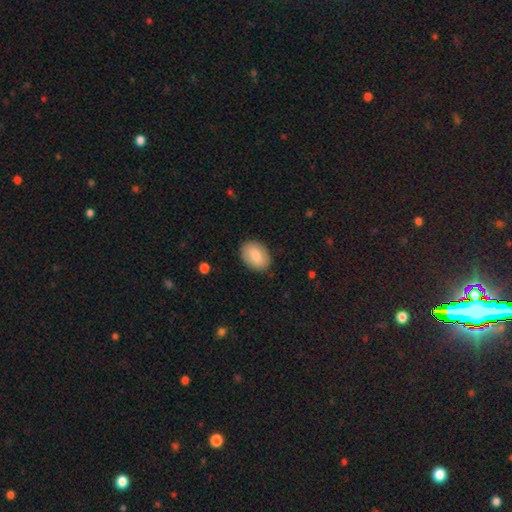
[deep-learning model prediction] smooth-or-featured: smooth: 82% | featured or disk: 12% | star or artifact: 6%
  how-rounded: in between: 83% | round: 16% | cigar-shaped: 1%
  merging: none: 87% | minor disturbance: 10% | major disturbance: 2% | merger: 1%